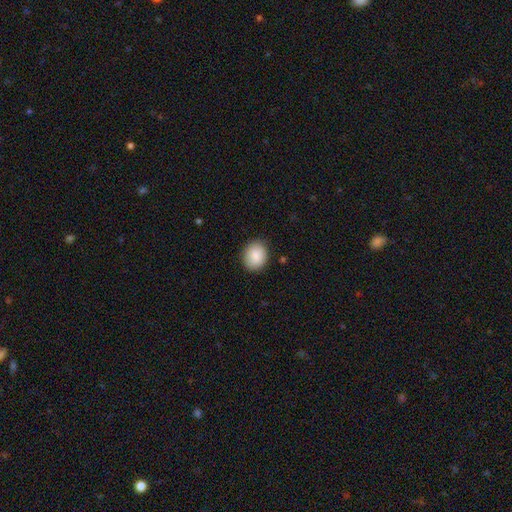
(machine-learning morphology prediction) Smooth or featured? smooth (88%)
How rounded? round (56%)
Merging? none (86%)